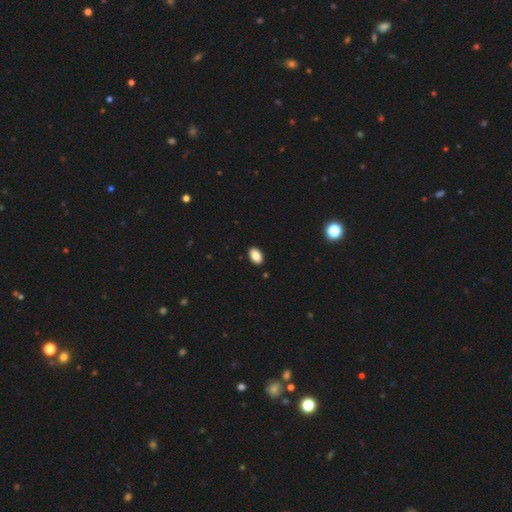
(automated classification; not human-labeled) The model was most divided on "smooth or featured": smooth: 88%, star or artifact: 8%, featured or disk: 4%. More confident: how rounded — in between (91%); merging — none (90%).